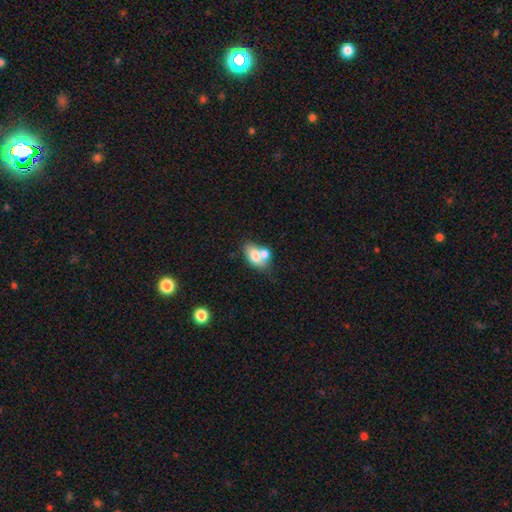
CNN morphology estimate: Smooth or featured?
  - smooth: 69% *
  - featured or disk: 22%
  - star or artifact: 8%
How rounded?
  - in between: 84% *
  - round: 14%
  - cigar-shaped: 2%
Merging?
  - merger: 51% *
  - none: 32%
  - minor disturbance: 12%
  - major disturbance: 6%